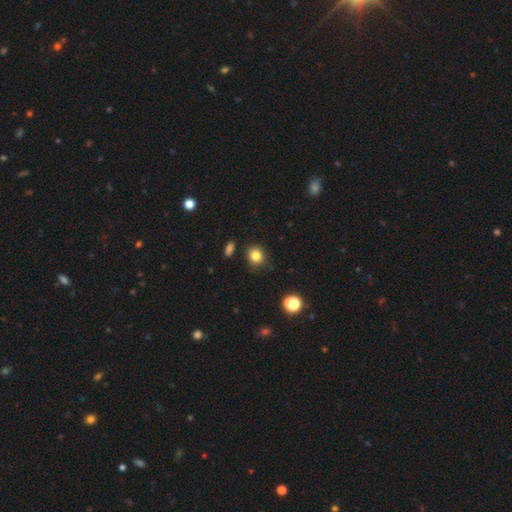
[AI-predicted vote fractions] A smooth galaxy with no disk features (83%) that is round (76%). Merging: none (84%).